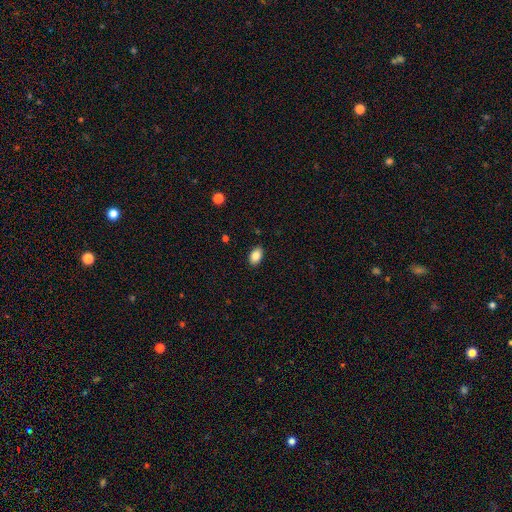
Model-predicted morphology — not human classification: smooth_or_featured: smooth (p=0.86) [alt: star or artifact p=0.08]
how_rounded: in between (p=0.90) [alt: round p=0.09]
merging: none (p=0.88) [alt: minor disturbance p=0.09]